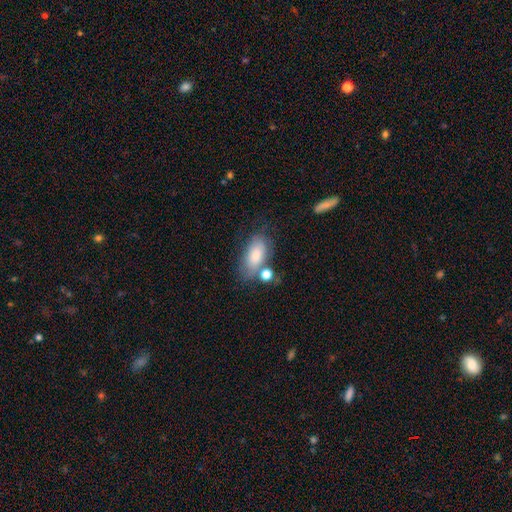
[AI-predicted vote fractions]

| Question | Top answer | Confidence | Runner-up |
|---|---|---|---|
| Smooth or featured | smooth | 78% | featured or disk (15%) |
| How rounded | in between | 90% | round (5%) |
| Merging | none | 53% | minor disturbance (21%) |